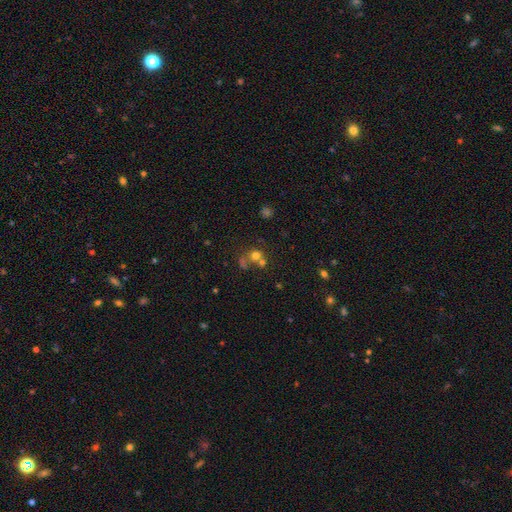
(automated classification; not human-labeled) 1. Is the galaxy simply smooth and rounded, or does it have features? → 63% smooth, 21% star or artifact, 16% featured or disk.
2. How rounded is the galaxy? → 84% round, 15% in between, 1% cigar-shaped.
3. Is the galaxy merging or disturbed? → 43% merger, 42% none, 8% minor disturbance, 7% major disturbance.